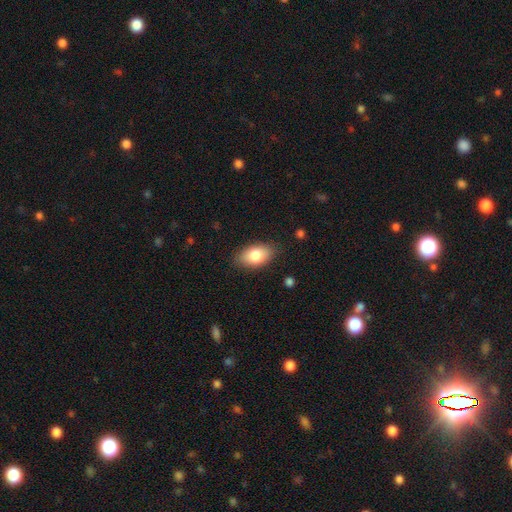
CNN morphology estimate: Overall: smooth (83%). How rounded: in between (92%). Merging: none (83%).